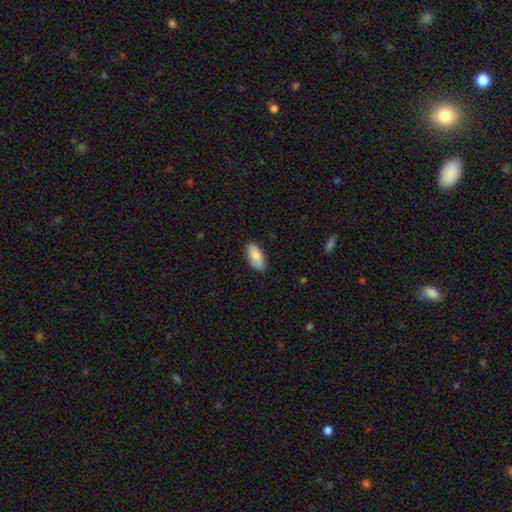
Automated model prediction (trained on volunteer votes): smooth 84%, featured or disk 10%, star or artifact 6%. Down the decision tree: how rounded — in between (91%); merging — none (86%).